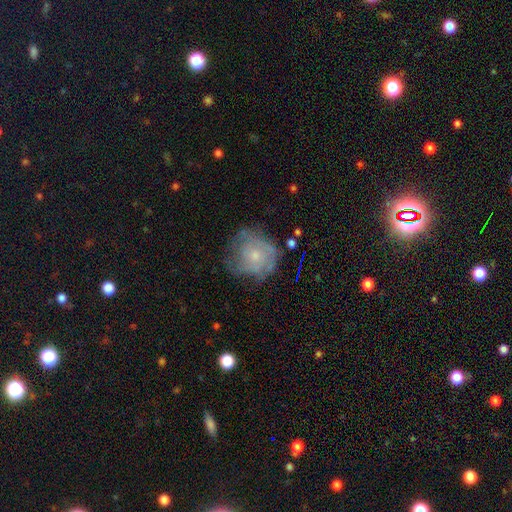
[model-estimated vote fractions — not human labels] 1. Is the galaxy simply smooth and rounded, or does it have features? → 53% featured or disk, 39% smooth, 9% star or artifact.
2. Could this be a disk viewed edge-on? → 97% no, 3% yes.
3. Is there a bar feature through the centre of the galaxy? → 85% no, 13% weak, 2% strong.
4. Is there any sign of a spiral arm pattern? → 60% yes, 40% no.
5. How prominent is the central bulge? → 51% small, 41% moderate, 4% none, 2% large, 1% dominant.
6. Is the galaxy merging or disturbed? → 56% none, 27% minor disturbance, 15% major disturbance, 2% merger.